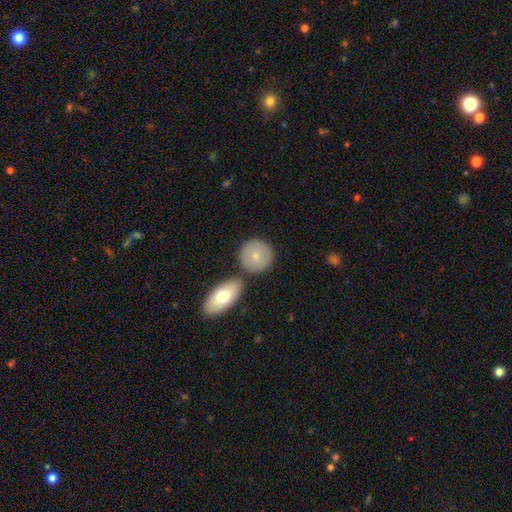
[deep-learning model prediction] This is likely a smooth galaxy (74%). How rounded: clearly round (89%). Merging: likely none (68%).